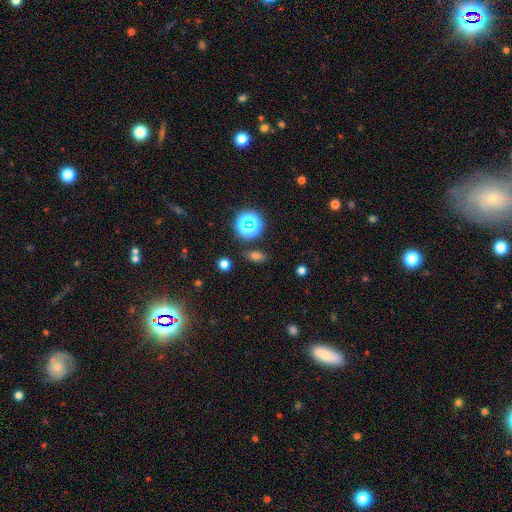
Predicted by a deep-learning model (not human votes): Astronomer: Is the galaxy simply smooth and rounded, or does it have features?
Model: smooth — 69%.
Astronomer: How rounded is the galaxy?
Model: in between — 77%.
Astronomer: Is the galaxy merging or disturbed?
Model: none — 81%.